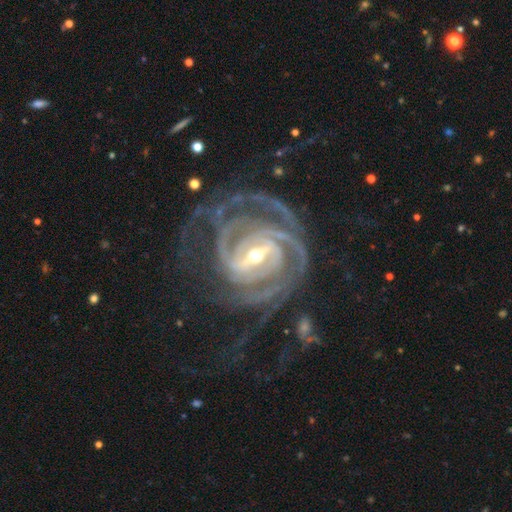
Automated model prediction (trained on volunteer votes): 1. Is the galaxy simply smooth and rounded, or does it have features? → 93% featured or disk, 4% star or artifact, 3% smooth.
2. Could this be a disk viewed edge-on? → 98% no, 2% yes.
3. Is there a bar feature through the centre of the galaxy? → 61% strong, 30% weak, 9% no.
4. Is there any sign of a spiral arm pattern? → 98% yes, 2% no.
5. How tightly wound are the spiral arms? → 61% tight, 33% medium, 6% loose.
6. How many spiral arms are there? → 30% 2, 25% 3, 14% can't tell, 14% 4, 8% more than 4, 8% 1.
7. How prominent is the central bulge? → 55% small, 41% moderate, 2% large, 1% none, 1% dominant.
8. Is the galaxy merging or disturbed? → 62% none, 19% major disturbance, 17% minor disturbance, 2% merger.